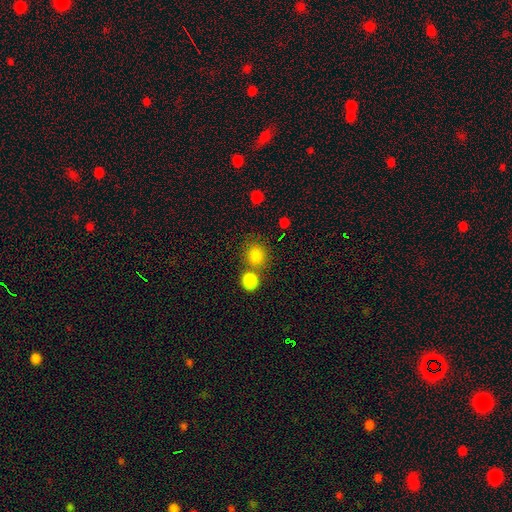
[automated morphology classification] Smooth or featured?
  - smooth: 84% *
  - star or artifact: 11%
  - featured or disk: 5%
How rounded?
  - round: 77% *
  - in between: 22%
  - cigar-shaped: 1%
Merging?
  - none: 62% *
  - merger: 25%
  - minor disturbance: 9%
  - major disturbance: 4%